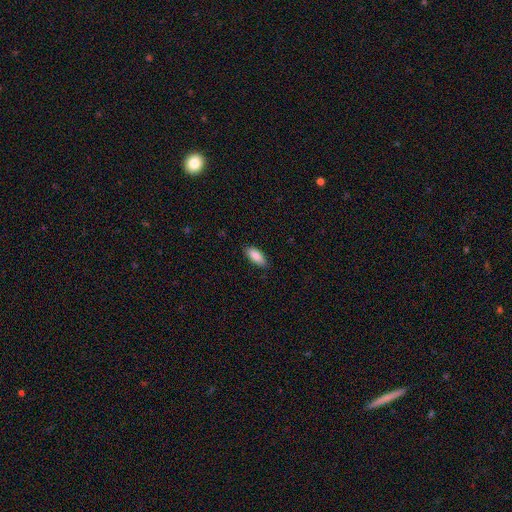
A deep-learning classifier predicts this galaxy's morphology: Q: Smooth or featured?
A: smooth (89%); runner-up: star or artifact (6%)
Q: How rounded?
A: in between (83%); runner-up: cigar-shaped (15%)
Q: Merging?
A: none (85%); runner-up: minor disturbance (12%)